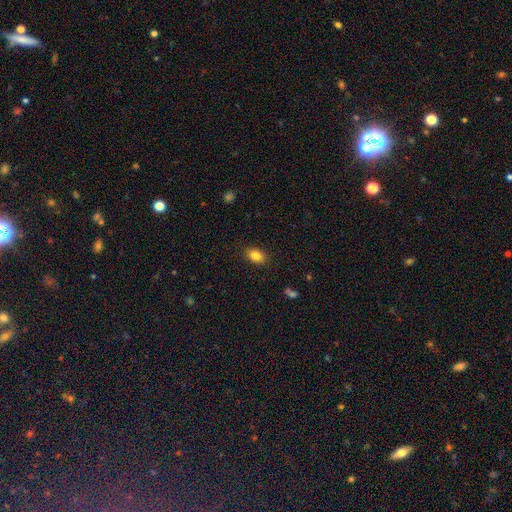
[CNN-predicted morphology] Smooth or featured?
  - smooth: 84% *
  - star or artifact: 10%
  - featured or disk: 7%
How rounded?
  - in between: 79% *
  - round: 20%
  - cigar-shaped: 1%
Merging?
  - none: 88% *
  - minor disturbance: 9%
  - major disturbance: 2%
  - merger: 1%